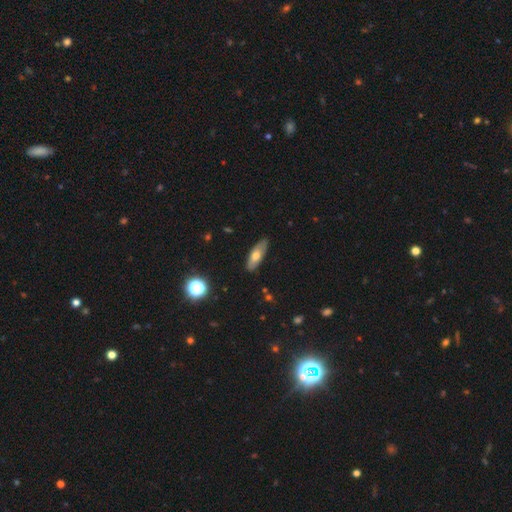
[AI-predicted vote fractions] The model was most divided on "smooth or featured": smooth: 59%, featured or disk: 34%, star or artifact: 7%. More confident: merging — none (83%); how rounded — in between (69%).